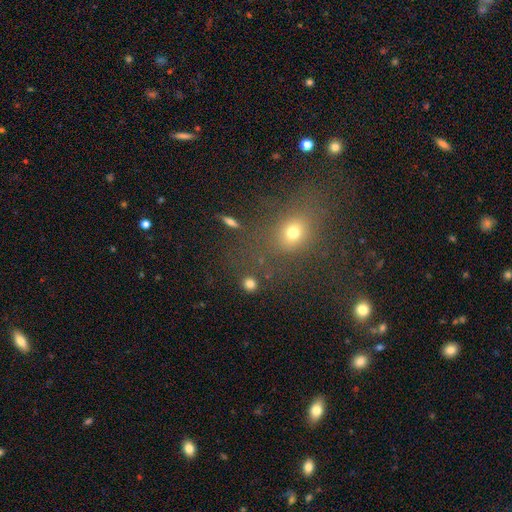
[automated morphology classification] Overall: smooth (54%; star or artifact 35%). How rounded: round (53%; in between 44%). Merging: none (78%).